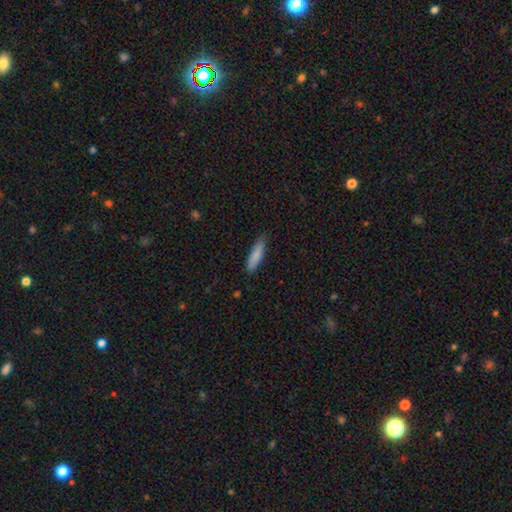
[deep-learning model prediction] This appears to be a smooth galaxy with no disk features (85%) that is cigar-shaped (66%). Merging: none (83%).